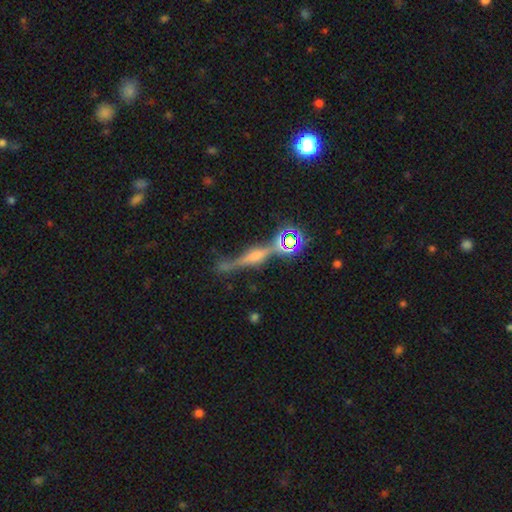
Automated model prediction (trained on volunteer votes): Overall: featured or disk (65%). Edge-on disk: yes (93%). Edge-on bulge: rounded (80%). Merging: none (74%).